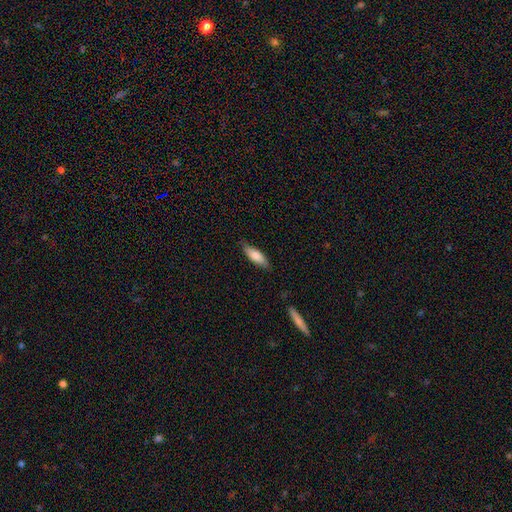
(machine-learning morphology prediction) A smooth galaxy with no disk features (78%) that is in between round and cigar-shaped (57%). Merging: none (79%).